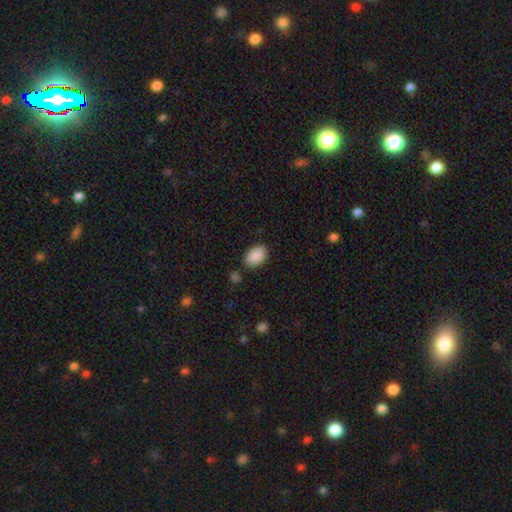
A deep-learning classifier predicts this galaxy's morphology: smooth-or-featured: smooth: 90% | star or artifact: 7% | featured or disk: 3%
  how-rounded: in between: 87% | round: 12% | cigar-shaped: 1%
  merging: none: 81% | minor disturbance: 12% | merger: 3% | major disturbance: 3%